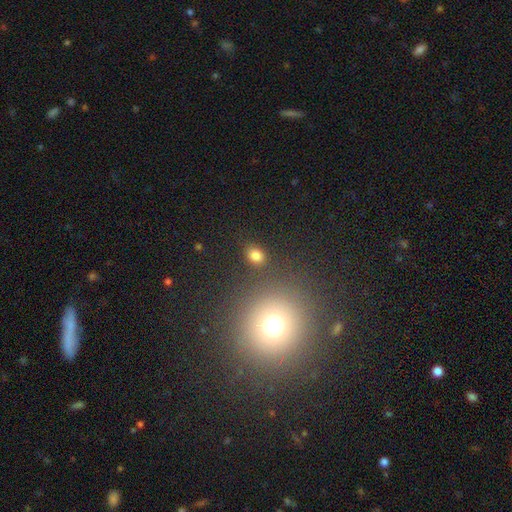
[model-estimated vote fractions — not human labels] A smooth galaxy with no disk features (80%) that is in between round and cigar-shaped (56%).

Vote fractions:
- Smooth or featured? smooth: 80% / star or artifact: 14% / featured or disk: 6%
- How rounded? in between: 56% / round: 43% / cigar-shaped: 1%
- Merging? none: 83% / minor disturbance: 9% / merger: 5% / major disturbance: 3%